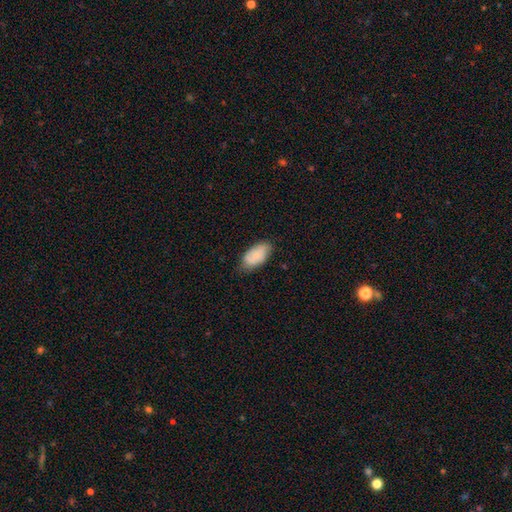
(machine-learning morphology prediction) This appears to be a smooth galaxy with no disk features (70%) that is in between round and cigar-shaped (94%). Merging: none (70%).